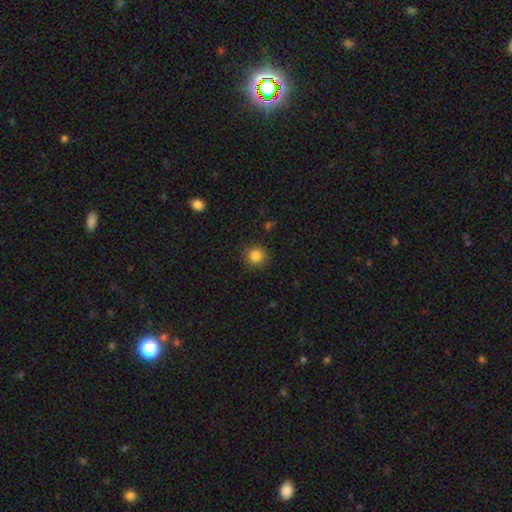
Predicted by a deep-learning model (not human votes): Smooth or featured? Predicted: smooth (p=0.85). How rounded? Predicted: round (p=0.91). Merging? Predicted: none (p=0.88).